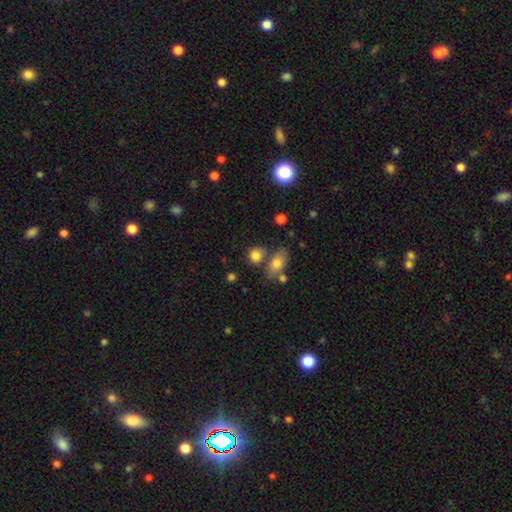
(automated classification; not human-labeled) smooth 82%, star or artifact 10%, featured or disk 8%. Down the decision tree: how rounded — round (63%); merging — none (62%).